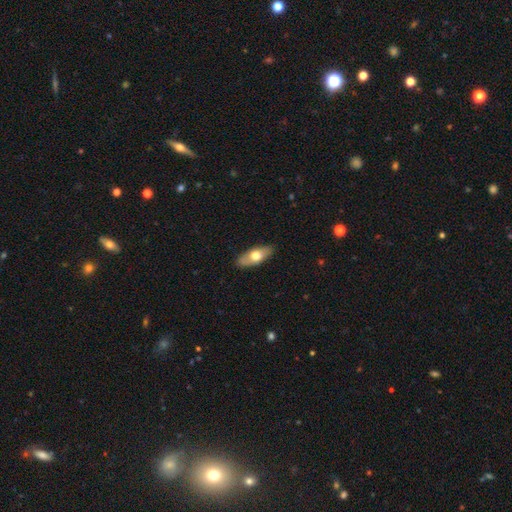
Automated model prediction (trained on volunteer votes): A smooth galaxy with no disk features (59%) that is in between round and cigar-shaped (76%). Merging: none (86%).